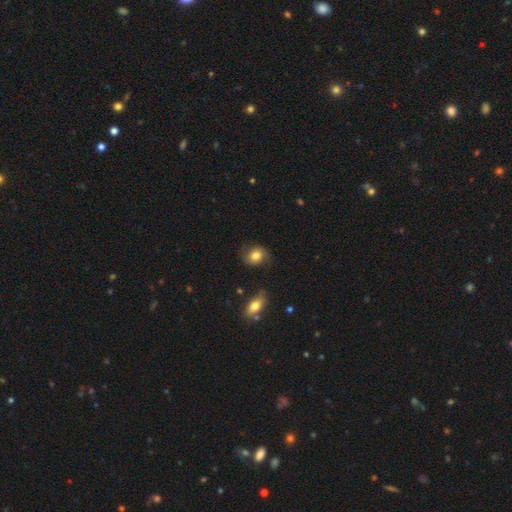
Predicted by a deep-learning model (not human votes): This is likely a smooth galaxy (75%). How rounded: possibly round (59%). Merging: likely none (71%).